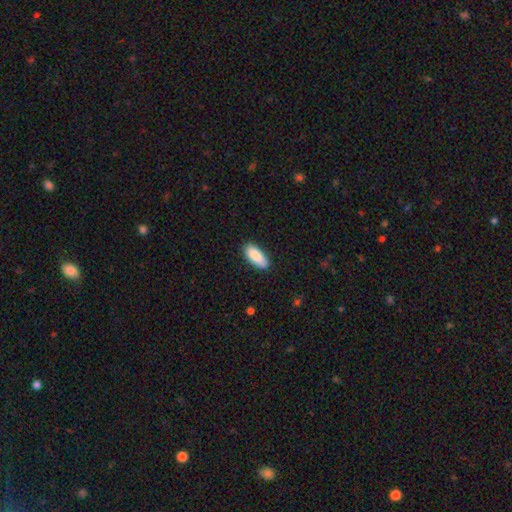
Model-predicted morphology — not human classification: This appears to be a smooth galaxy with no disk features (87%) that is in between round and cigar-shaped (82%). Merging: none (86%).